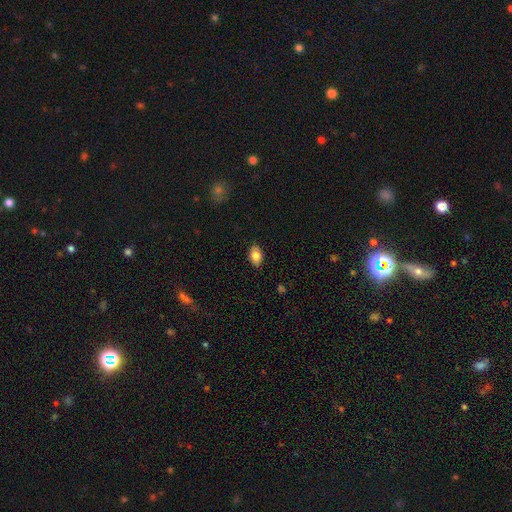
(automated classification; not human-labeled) A smooth galaxy with no disk features (82%) that is in between round and cigar-shaped (88%). Merging: none (86%).